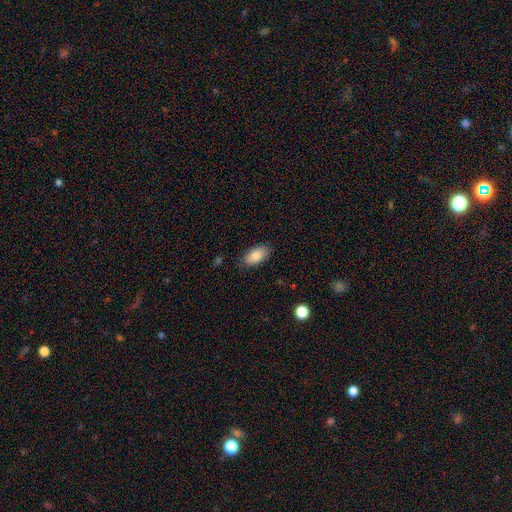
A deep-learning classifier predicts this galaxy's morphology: This is clearly a smooth galaxy (86%). How rounded: clearly in between (93%). Merging: clearly none (83%).